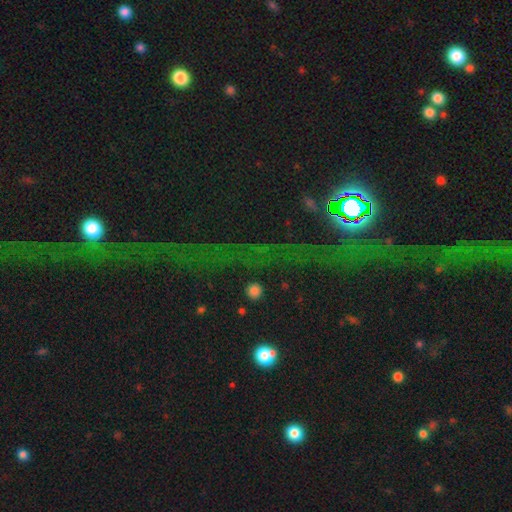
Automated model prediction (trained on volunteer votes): star or artifact 75%, featured or disk 13%, smooth 12%.